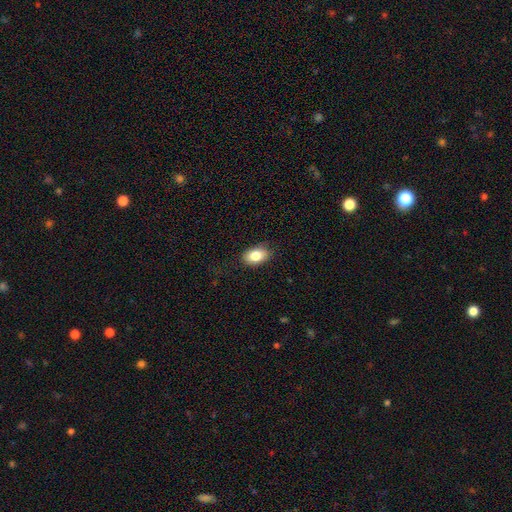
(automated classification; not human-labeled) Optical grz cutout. It shows a smooth galaxy with no disk features (84%) that is in between round and cigar-shaped (87%). Merging: none (83%).